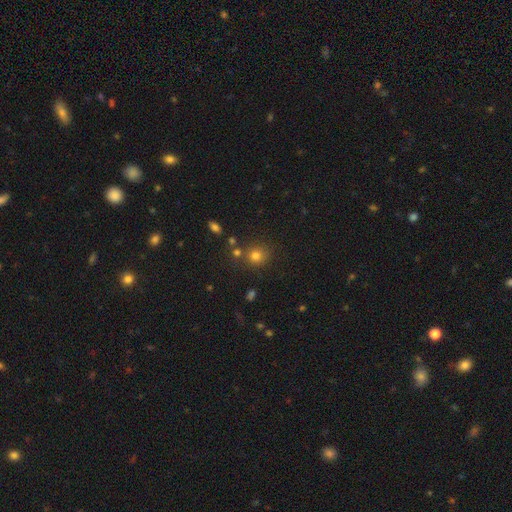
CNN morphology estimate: Q: Smooth or featured?
A: smooth (76%); runner-up: star or artifact (16%)
Q: How rounded?
A: round (85%); runner-up: in between (14%)
Q: Merging?
A: none (74%); runner-up: merger (12%)